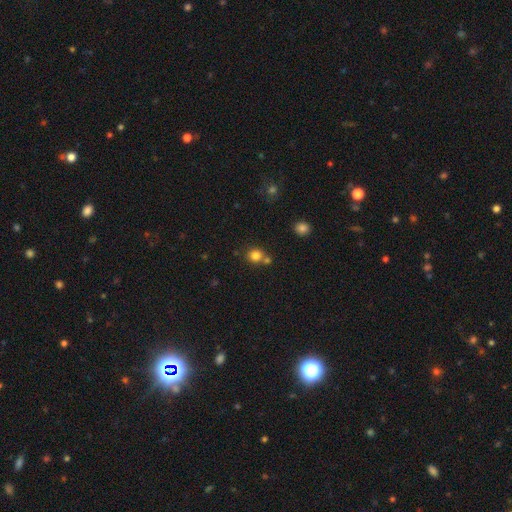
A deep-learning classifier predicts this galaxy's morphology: smooth 81%, star or artifact 13%, featured or disk 6%. Down the decision tree: how rounded — round (87%); merging — none (64%).